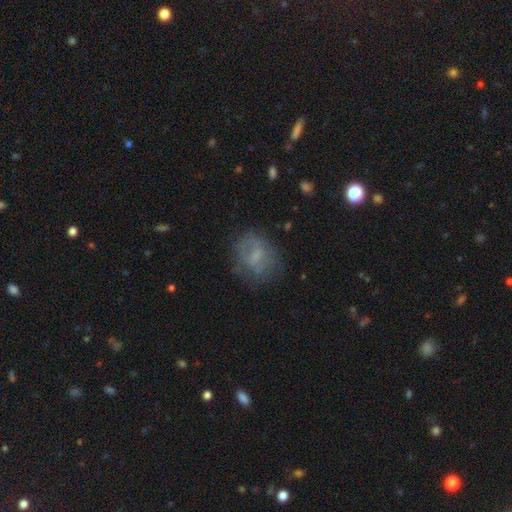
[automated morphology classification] smooth-or-featured: smooth: 53% | featured or disk: 36% | star or artifact: 12%
  how-rounded: round: 54% | in between: 45% | cigar-shaped: 2%
  merging: none: 65% | minor disturbance: 20% | major disturbance: 13% | merger: 2%